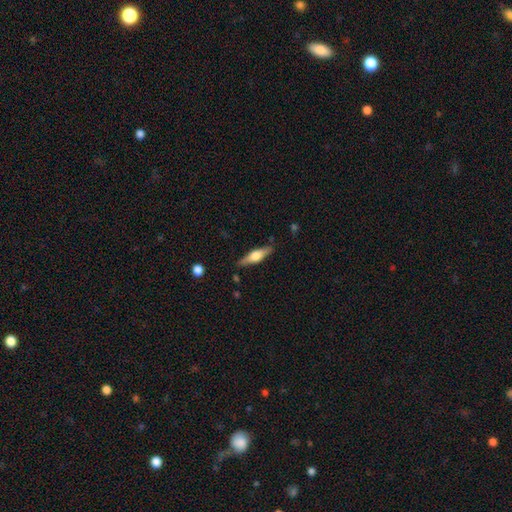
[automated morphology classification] The model was most divided on "smooth or featured": featured or disk: 57%, smooth: 37%, star or artifact: 6%. More confident: edge-on disk — yes (95%); edge-on bulge — rounded (90%); merging — none (86%).